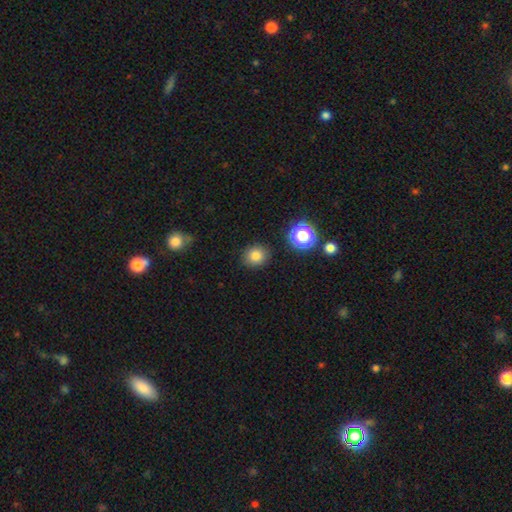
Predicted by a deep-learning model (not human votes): This is likely a smooth galaxy (80%). How rounded: likely round (80%). Merging: clearly none (88%).